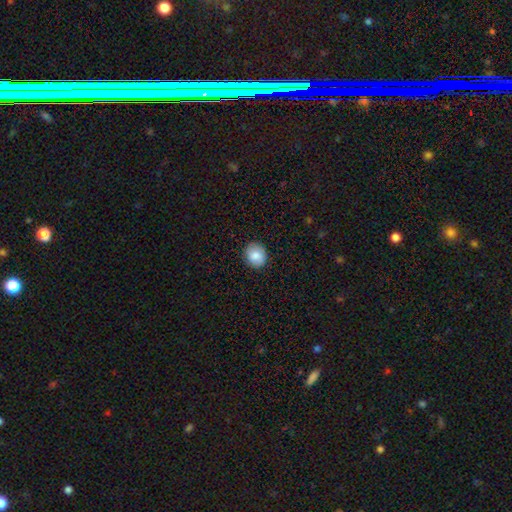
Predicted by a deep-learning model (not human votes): Smooth or featured? smooth (82%)
How rounded? round (71%)
Merging? none (89%)